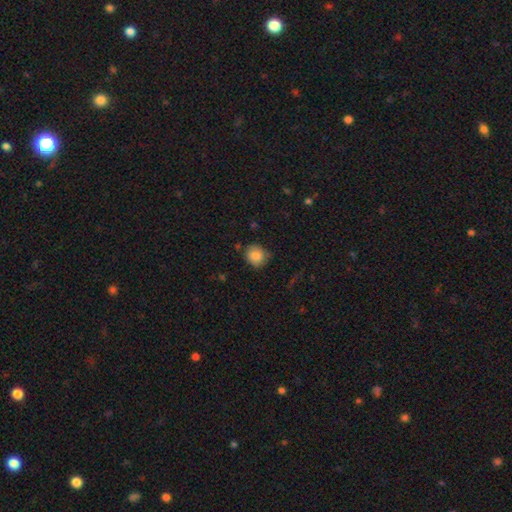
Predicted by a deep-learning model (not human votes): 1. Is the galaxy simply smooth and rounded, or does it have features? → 85% smooth, 9% star or artifact, 6% featured or disk.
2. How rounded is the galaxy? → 85% round, 15% in between, 1% cigar-shaped.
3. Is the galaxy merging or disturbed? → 76% none, 18% minor disturbance, 3% major disturbance, 2% merger.